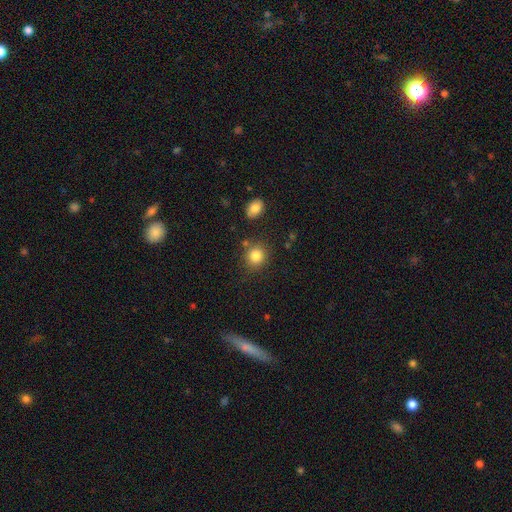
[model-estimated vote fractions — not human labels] This is clearly a smooth galaxy (83%). How rounded: clearly round (84%). Merging: clearly none (81%).